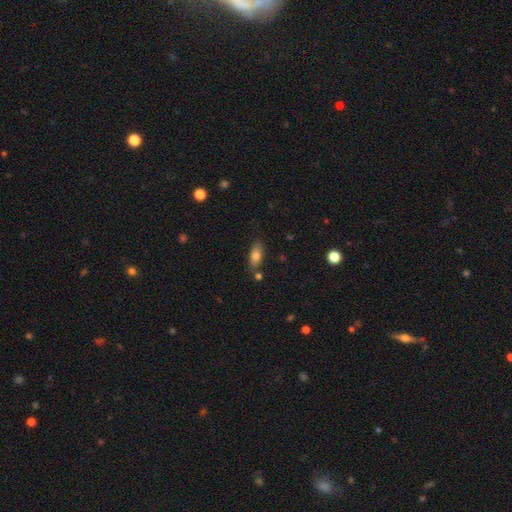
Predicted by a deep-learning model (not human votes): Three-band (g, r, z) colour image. It shows a smooth galaxy with no disk features (79%) that is in between round and cigar-shaped (85%). Merging: none (75%).